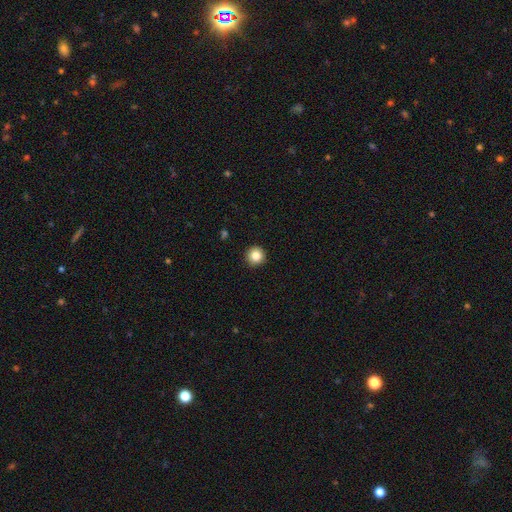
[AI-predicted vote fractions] Smooth or featured? Predicted: smooth (p=0.84). How rounded? Predicted: round (p=0.95). Merging? Predicted: none (p=0.93).